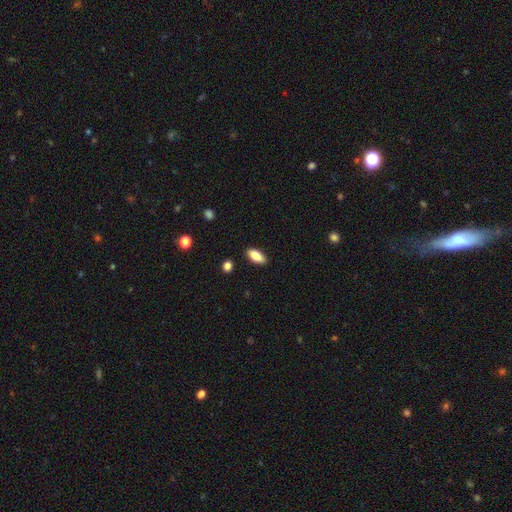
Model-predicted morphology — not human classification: Overall: smooth (85%). How rounded: in between (87%). Merging: none (87%).